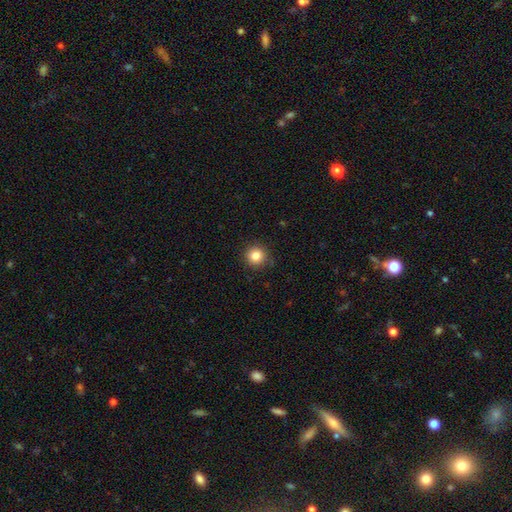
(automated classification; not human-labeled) Overall: smooth (83%). How rounded: round (94%). Merging: none (89%).